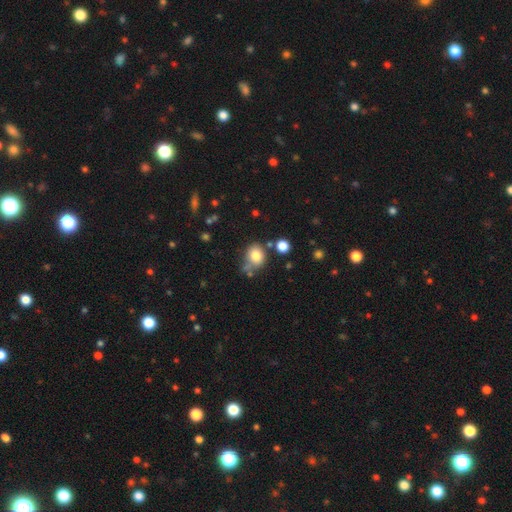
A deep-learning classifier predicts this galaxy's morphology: smooth 81%, star or artifact 11%, featured or disk 8%. Down the decision tree: how rounded — round (60%); merging — none (60%).